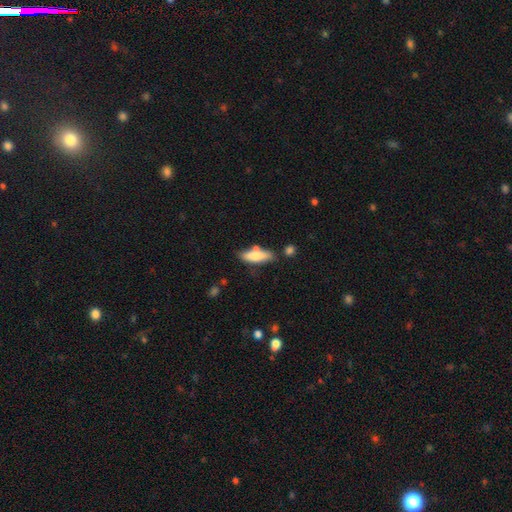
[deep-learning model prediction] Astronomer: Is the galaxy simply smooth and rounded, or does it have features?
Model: smooth — 73%.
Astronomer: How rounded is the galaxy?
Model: cigar-shaped — 52% (runner-up: in between, 46%).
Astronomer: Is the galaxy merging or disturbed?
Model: none — 60%.